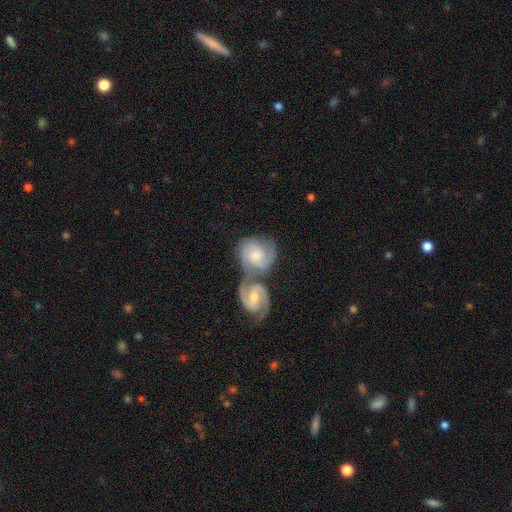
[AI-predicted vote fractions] Overall: featured or disk (77%). Edge-on disk: no (97%). Bar: no (51%; weak 40%). Spiral arms: yes (96%). Spiral arm count: 2 (83%). Spiral winding: medium (51%; tight 38%). Bulge size: moderate (48%; small 37%). Merging: merger (69%).